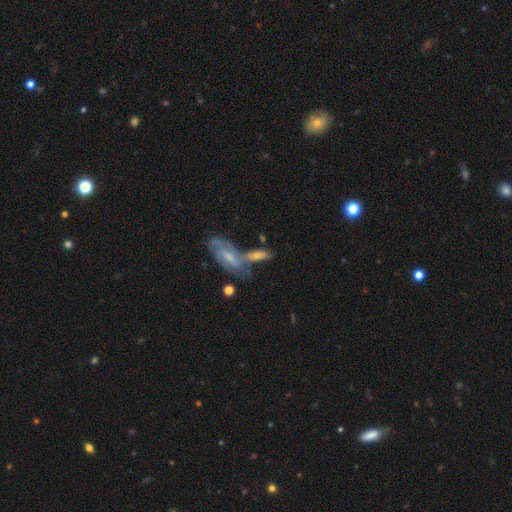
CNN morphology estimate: This is likely a featured or disk galaxy (61%). It is likely not viewed edge-on (79%). Merging: marginally merger (44%).